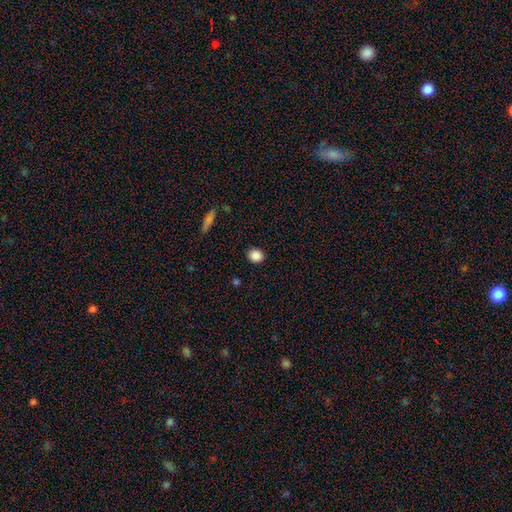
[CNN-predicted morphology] type=smooth (87%); roundness=round (77%); merging=none (90%).